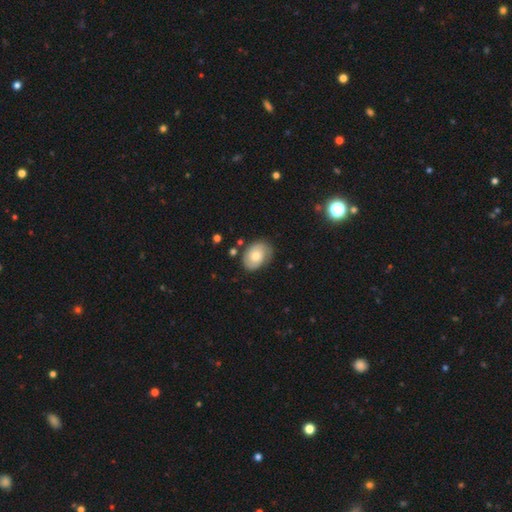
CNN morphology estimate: A smooth galaxy with no disk features (50%) that is in between round and cigar-shaped (72%).

Vote fractions:
- Smooth or featured? smooth: 50% / featured or disk: 42% / star or artifact: 7%
- How rounded? in between: 72% / round: 27% / cigar-shaped: 1%
- Merging? none: 73% / minor disturbance: 19% / major disturbance: 5% / merger: 3%